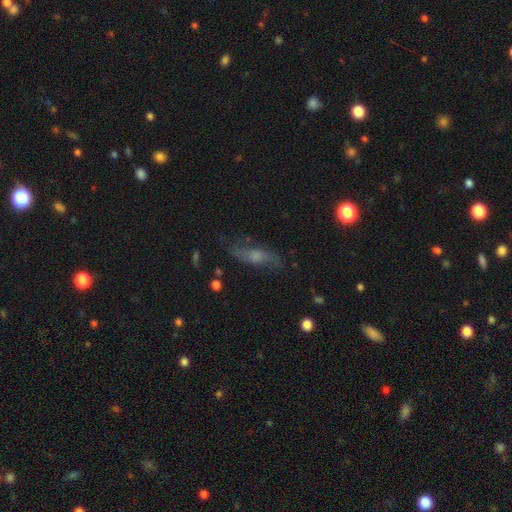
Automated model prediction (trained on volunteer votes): This is possibly a featured or disk galaxy (55%). It is likely not viewed edge-on (68%). Merging: likely none (72%).